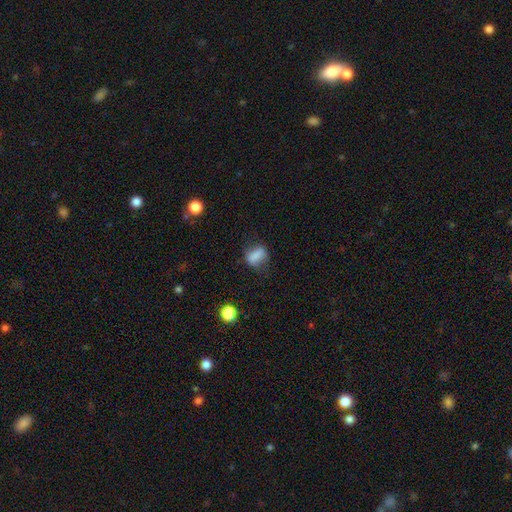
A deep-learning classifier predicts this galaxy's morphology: Overall: smooth (76%). How rounded: in between (72%). Merging: none (55%; minor disturbance 28%).